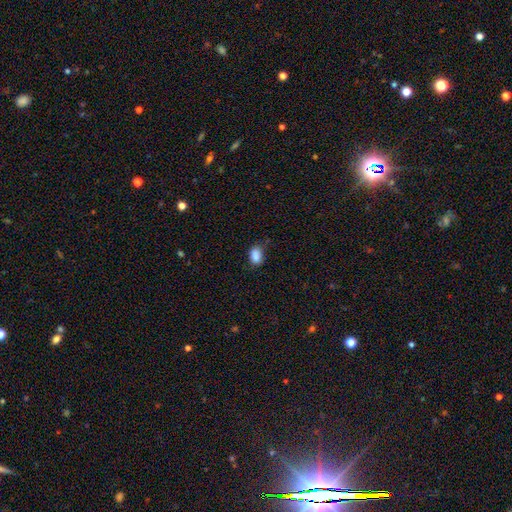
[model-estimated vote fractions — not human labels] Smooth or featured: smooth — 88% (star or artifact — 9%)
How rounded: in between — 83% (round — 16%)
Merging: none — 71% (minor disturbance — 23%)